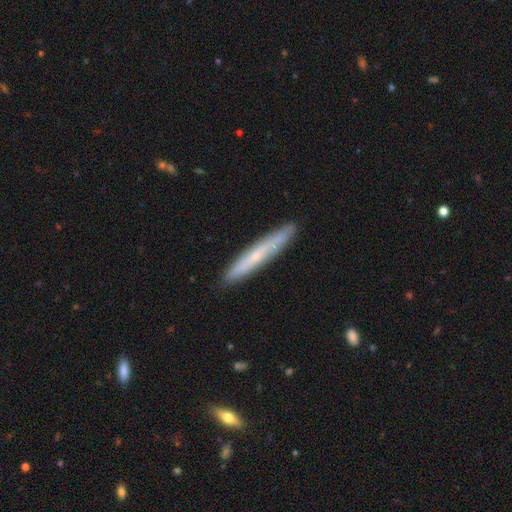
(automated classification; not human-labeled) Smooth or featured? Predicted: smooth (p=0.50). Merging? Predicted: none (p=0.89).